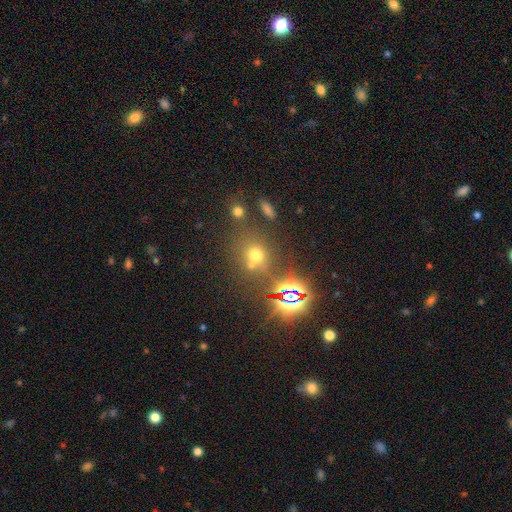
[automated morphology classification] smooth 59%, star or artifact 30%, featured or disk 12%. Down the decision tree: how rounded — round (75%); merging — none (63%).